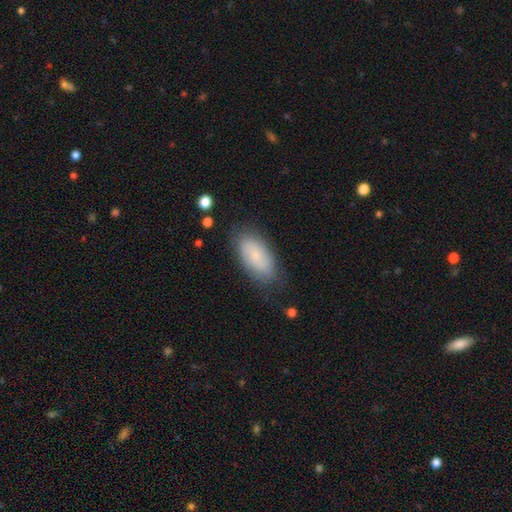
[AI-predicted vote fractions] A smooth galaxy with no disk features (71%) that is in between round and cigar-shaped (91%).

Vote fractions:
- Smooth or featured? smooth: 71% / featured or disk: 21% / star or artifact: 7%
- How rounded? in between: 91% / cigar-shaped: 7% / round: 3%
- Merging? none: 77% / minor disturbance: 17% / major disturbance: 4% / merger: 2%